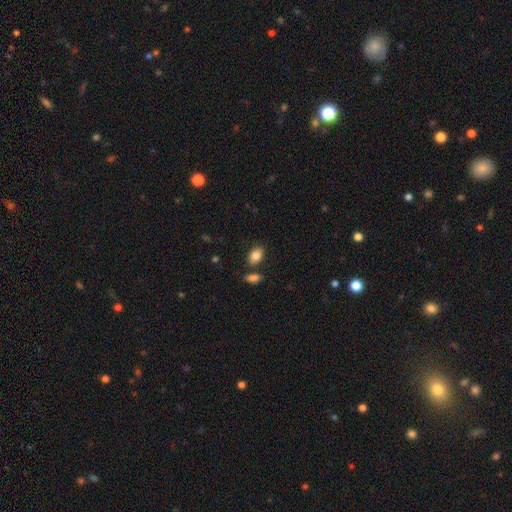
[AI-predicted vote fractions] Morphology: type=smooth (84%); roundness=in between (87%); merging=none (77%).